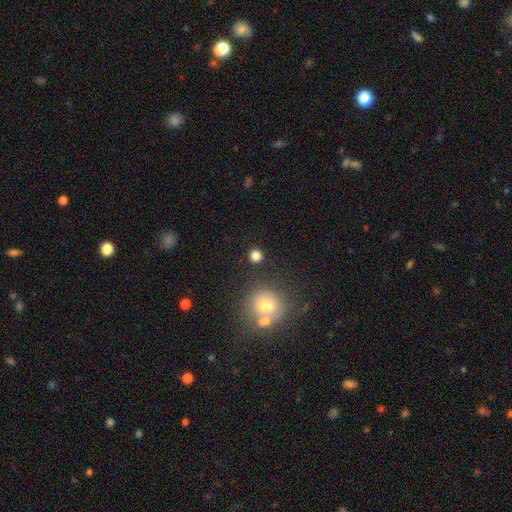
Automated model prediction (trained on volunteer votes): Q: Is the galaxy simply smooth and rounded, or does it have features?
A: smooth — 80%.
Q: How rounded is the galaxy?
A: round — 89%.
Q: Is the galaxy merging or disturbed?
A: none — 82%.